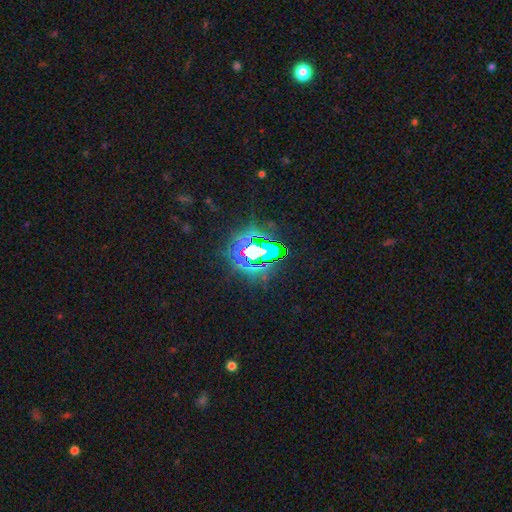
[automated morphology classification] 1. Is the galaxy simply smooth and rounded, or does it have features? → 76% star or artifact, 13% smooth, 11% featured or disk.